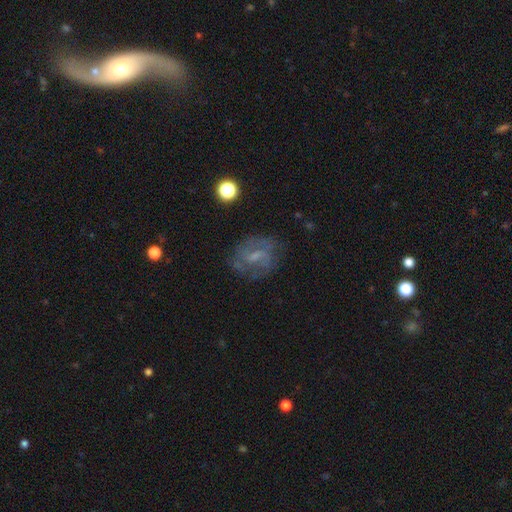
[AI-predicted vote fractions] A featured or disk galaxy (63%) with a weak bar (55%), spiral arms (76%) and a small central bulge (49%). Merging: none (69%).